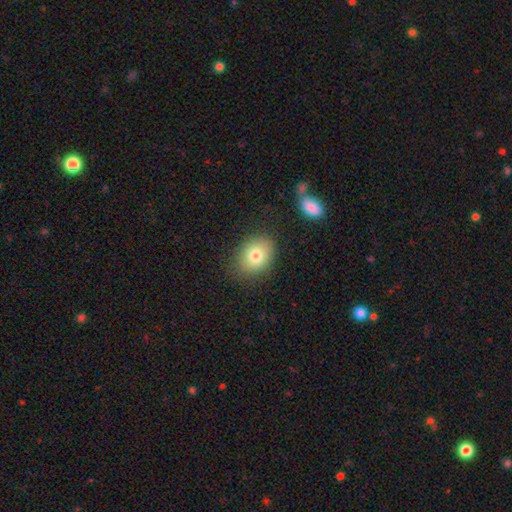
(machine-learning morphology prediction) A smooth galaxy with no disk features (79%) that is in between round and cigar-shaped (58%). Merging: none (80%).